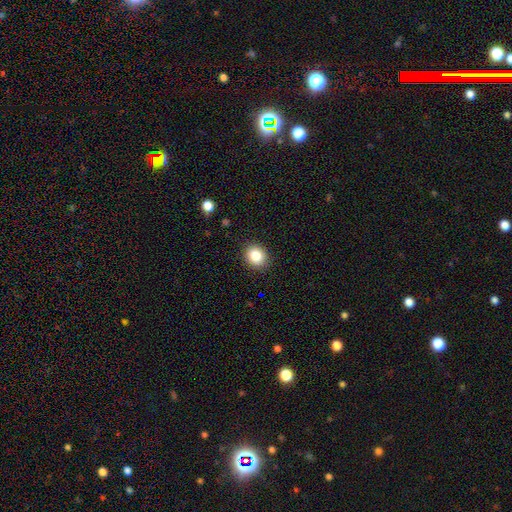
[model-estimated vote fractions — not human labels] The model was most divided on "how rounded": round: 72%, in between: 28%, cigar-shaped: 1%. More confident: merging — none (90%); smooth or featured — smooth (84%).